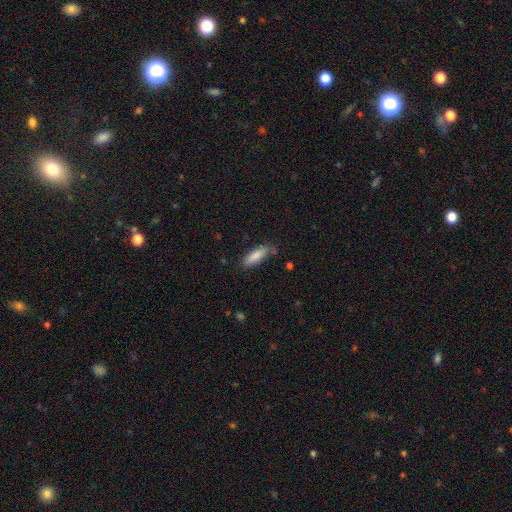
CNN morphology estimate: This is clearly a smooth galaxy (84%). How rounded: possibly in between (52%). Merging: likely none (75%).